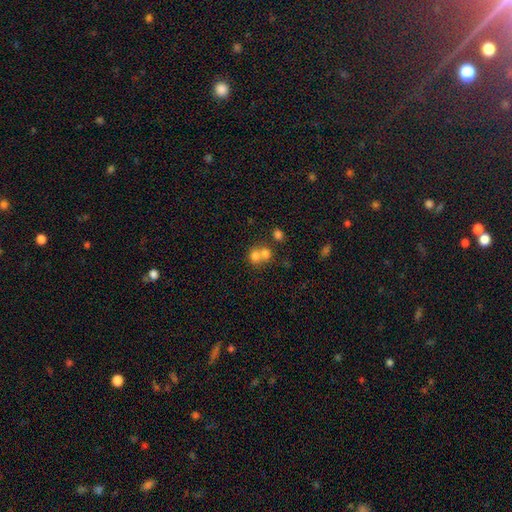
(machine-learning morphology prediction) Overall: smooth (71%). How rounded: round (72%). Merging: merger (60%; none 31%).